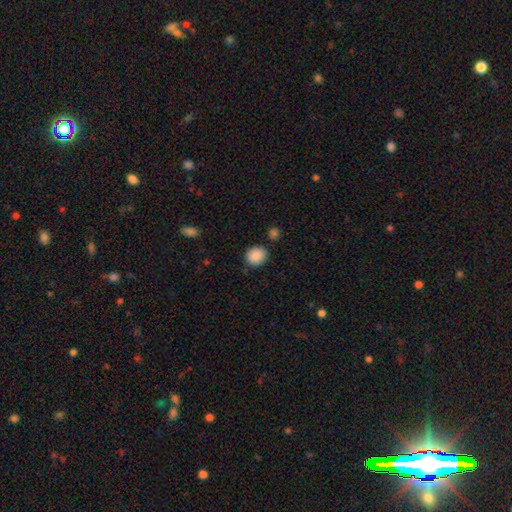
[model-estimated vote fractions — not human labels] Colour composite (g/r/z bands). It shows a smooth galaxy with no disk features (89%) that is round (79%). Merging: none (82%).